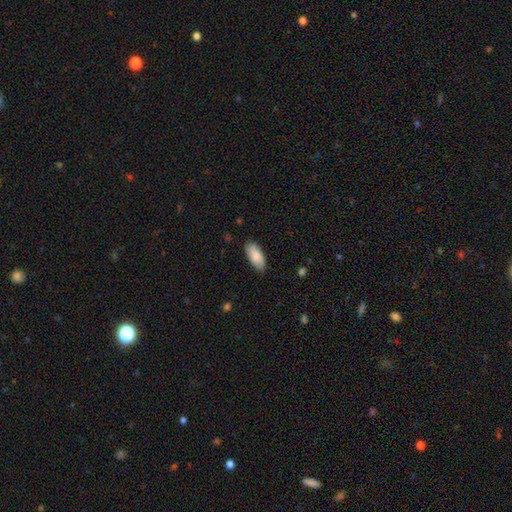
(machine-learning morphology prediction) type=smooth (87%); roundness=in between (88%); merging=none (83%).